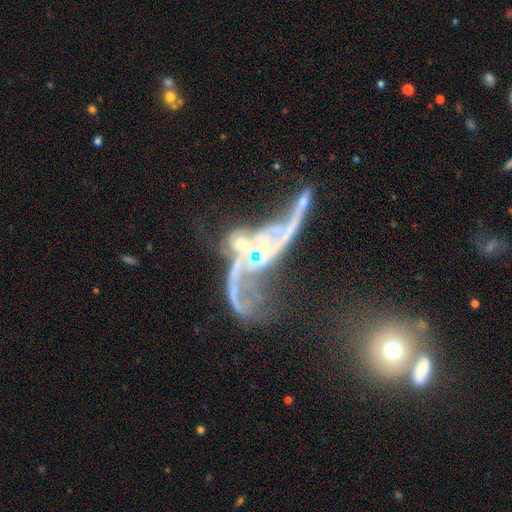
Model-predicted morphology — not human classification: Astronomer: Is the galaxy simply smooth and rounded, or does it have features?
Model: featured or disk — 86%.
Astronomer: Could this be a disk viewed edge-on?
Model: no — 92%.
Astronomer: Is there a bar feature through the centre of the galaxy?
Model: no — 53% (runner-up: weak, 29%).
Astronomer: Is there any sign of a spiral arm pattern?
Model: yes — 88%.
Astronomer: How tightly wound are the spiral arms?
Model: loose — 73%.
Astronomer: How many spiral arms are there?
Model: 2 — 74%.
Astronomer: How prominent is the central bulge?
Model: small — 60%.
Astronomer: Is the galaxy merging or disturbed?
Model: merger — 41% (runner-up: major disturbance, 29%).